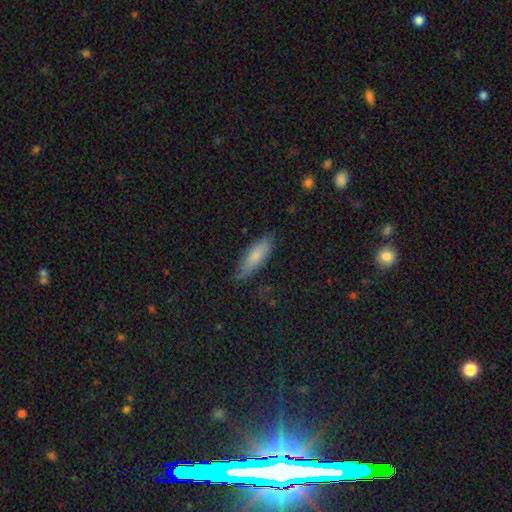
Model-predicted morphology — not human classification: smooth-or-featured: smooth: 74% | featured or disk: 19% | star or artifact: 7%
  how-rounded: in between: 53% | cigar-shaped: 45% | round: 2%
  merging: none: 71% | minor disturbance: 23% | major disturbance: 4% | merger: 1%